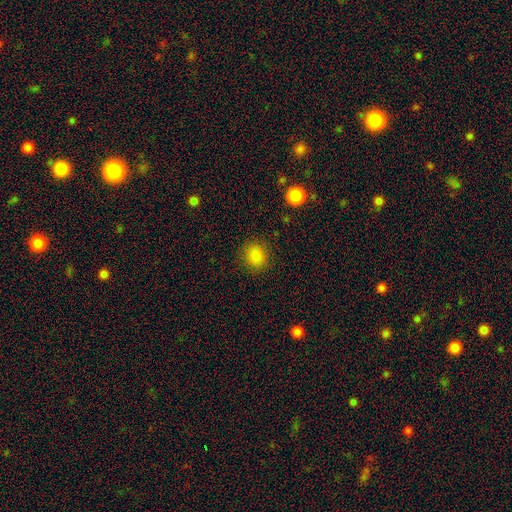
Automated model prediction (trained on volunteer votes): The model was most divided on "how rounded": round: 83%, in between: 17%, cigar-shaped: 1%. More confident: merging — none (88%); smooth or featured — smooth (84%).